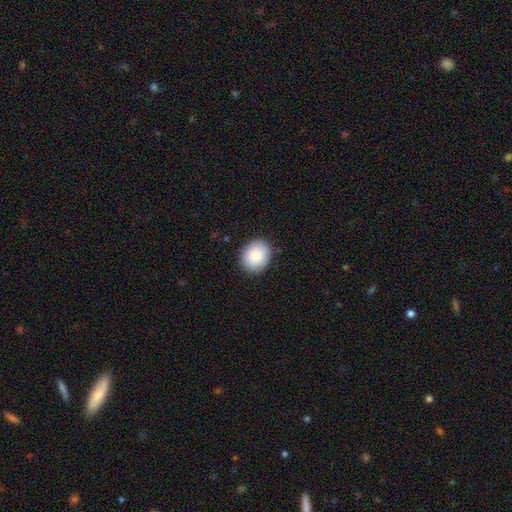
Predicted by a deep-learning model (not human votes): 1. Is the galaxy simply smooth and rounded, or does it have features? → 89% smooth, 7% star or artifact, 5% featured or disk.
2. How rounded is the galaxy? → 56% round, 43% in between, 1% cigar-shaped.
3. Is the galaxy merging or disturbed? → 88% none, 9% minor disturbance, 2% major disturbance, 1% merger.